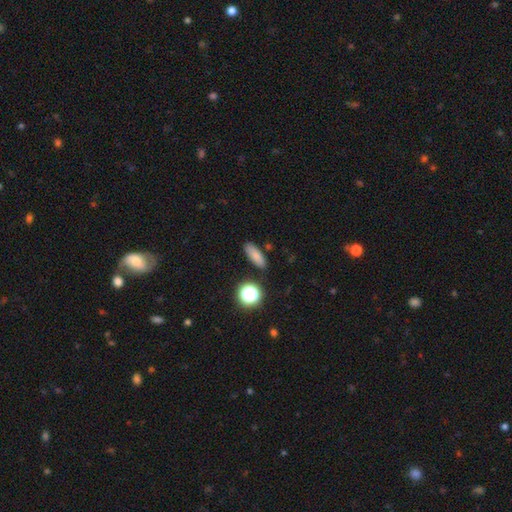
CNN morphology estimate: Smooth or featured?
  - smooth: 79% *
  - star or artifact: 13%
  - featured or disk: 8%
How rounded?
  - in between: 58% *
  - cigar-shaped: 33%
  - round: 9%
Merging?
  - none: 84% *
  - minor disturbance: 10%
  - merger: 3%
  - major disturbance: 3%